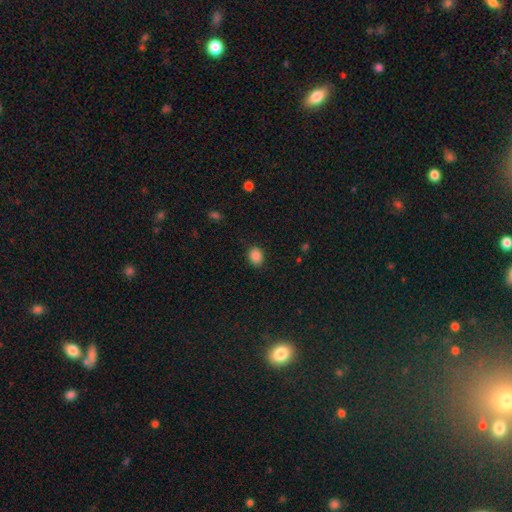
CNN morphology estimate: Smooth or featured? Predicted: smooth (p=0.87). How rounded? Predicted: in between (p=0.51). Merging? Predicted: none (p=0.88).